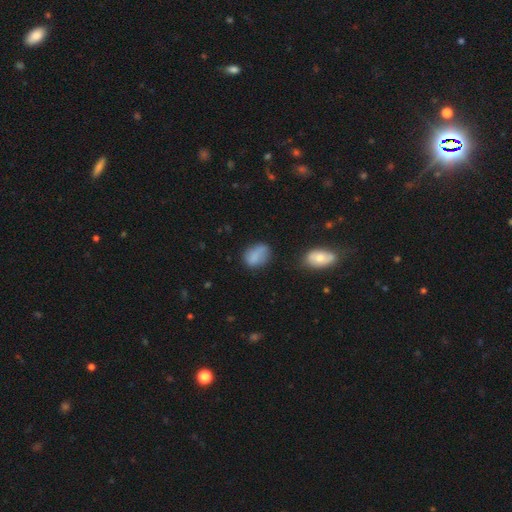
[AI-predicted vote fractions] Smooth or featured?
  - smooth: 80% *
  - featured or disk: 11%
  - star or artifact: 9%
How rounded?
  - in between: 80% *
  - round: 18%
  - cigar-shaped: 2%
Merging?
  - none: 57% *
  - minor disturbance: 29%
  - major disturbance: 9%
  - merger: 5%